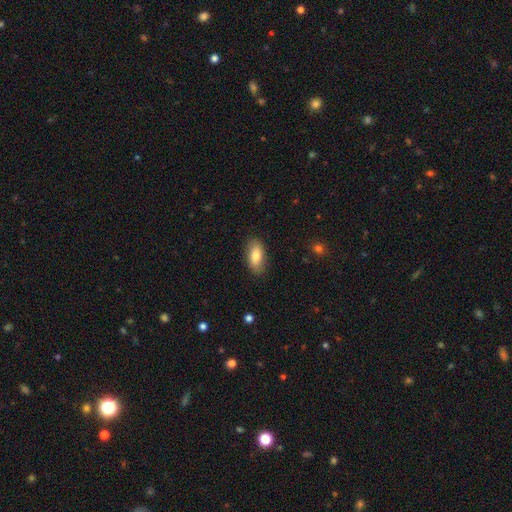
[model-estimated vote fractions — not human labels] Overall: smooth (80%). How rounded: in between (89%). Merging: none (85%).